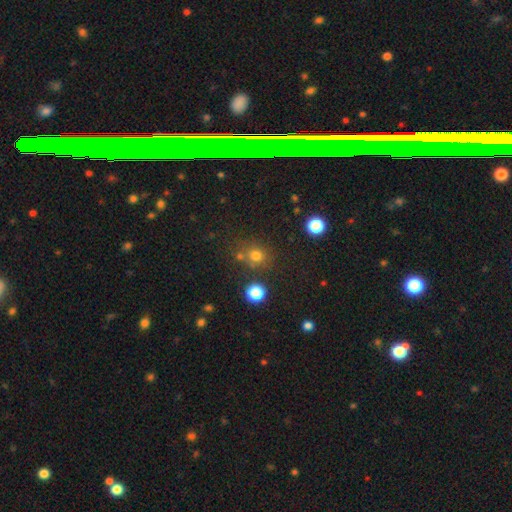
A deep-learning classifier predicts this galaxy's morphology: A smooth galaxy with no disk features (73%) that is round (82%).

Vote fractions:
- Smooth or featured? smooth: 73% / star or artifact: 20% / featured or disk: 7%
- How rounded? round: 82% / in between: 17% / cigar-shaped: 1%
- Merging? none: 72% / minor disturbance: 12% / merger: 11% / major disturbance: 5%